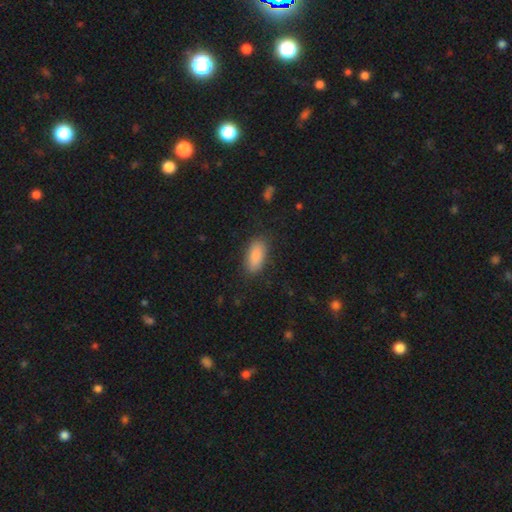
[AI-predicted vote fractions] Smooth or featured? smooth (85%)
How rounded? in between (87%)
Merging? none (84%)